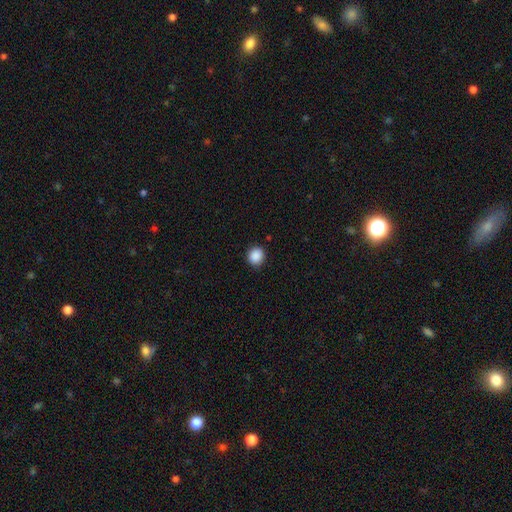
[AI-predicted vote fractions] The model was most divided on "how rounded": round: 83%, in between: 16%, cigar-shaped: 1%. More confident: merging — none (89%); smooth or featured — smooth (89%).